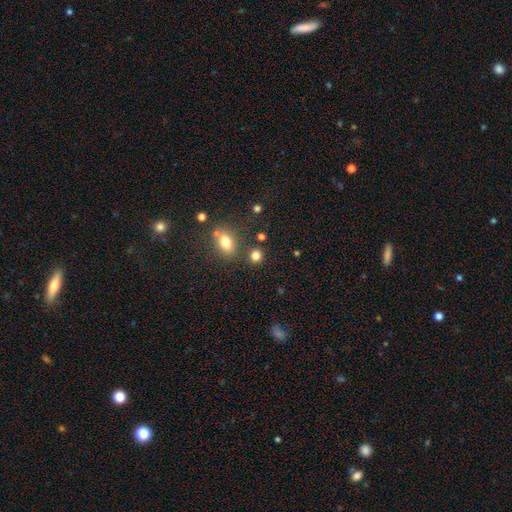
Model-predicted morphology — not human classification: The model was most divided on "how rounded": round: 75%, in between: 23%, cigar-shaped: 1%. More confident: smooth or featured — smooth (80%); merging — none (76%).